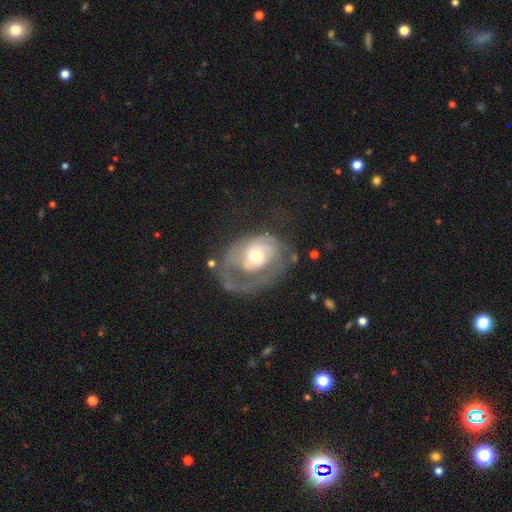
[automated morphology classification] Smooth or featured? featured or disk (71%)
Edge-on disk? no (96%)
Bar? no (75%)
Spiral arms? yes (72%)
Bulge size? moderate (53%)
Merging? none (38%, tied with major disturbance)